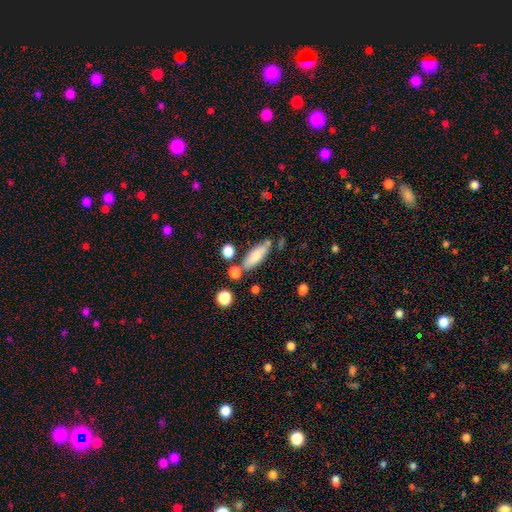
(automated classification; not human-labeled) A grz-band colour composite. It shows a smooth galaxy with no disk features (77%) that is in between round and cigar-shaped (61%). Merging: none (68%).